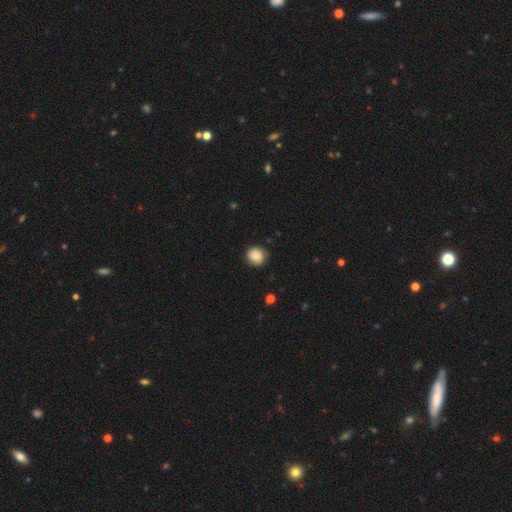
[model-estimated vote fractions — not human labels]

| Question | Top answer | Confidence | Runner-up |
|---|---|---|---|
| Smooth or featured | smooth | 83% | featured or disk (9%) |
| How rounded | round | 90% | in between (9%) |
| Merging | none | 84% | minor disturbance (12%) |